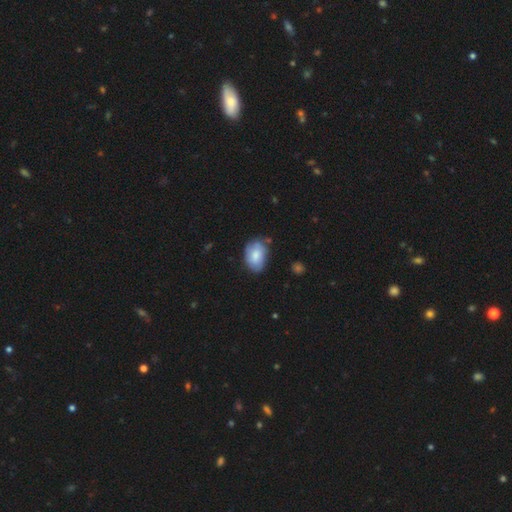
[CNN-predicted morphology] smooth-or-featured: smooth: 76% | featured or disk: 17% | star or artifact: 6%
  how-rounded: in between: 85% | round: 14% | cigar-shaped: 1%
  merging: none: 64% | minor disturbance: 28% | major disturbance: 6% | merger: 3%